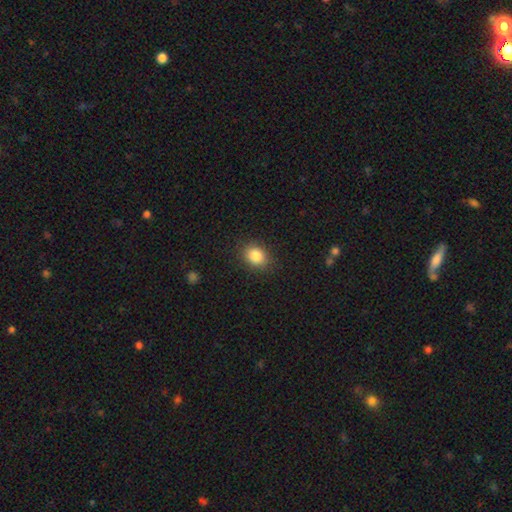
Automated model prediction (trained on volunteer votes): smooth 85%, star or artifact 10%, featured or disk 6%. Down the decision tree: how rounded — round (51%); merging — none (87%).